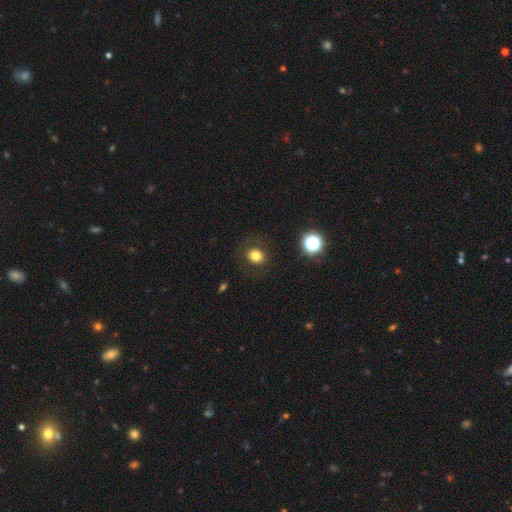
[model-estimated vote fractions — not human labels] smooth_or_featured: smooth (p=0.78) [alt: star or artifact p=0.13]
how_rounded: round (p=0.70) [alt: in between p=0.29]
merging: none (p=0.83) [alt: minor disturbance p=0.10]